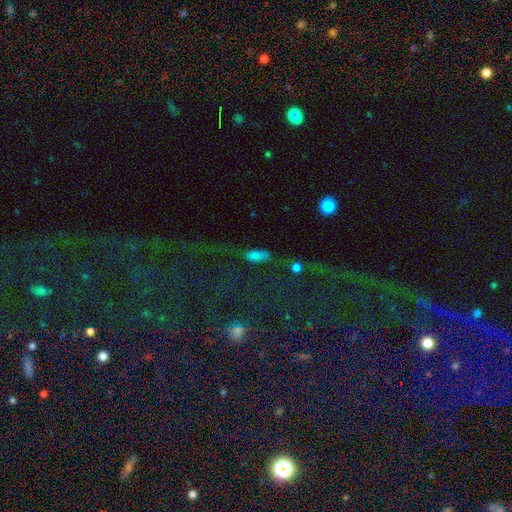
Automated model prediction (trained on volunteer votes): Smooth or featured: smooth — 72% (star or artifact — 17%)
How rounded: in between — 73% (cigar-shaped — 21%)
Merging: none — 60% (minor disturbance — 22%)